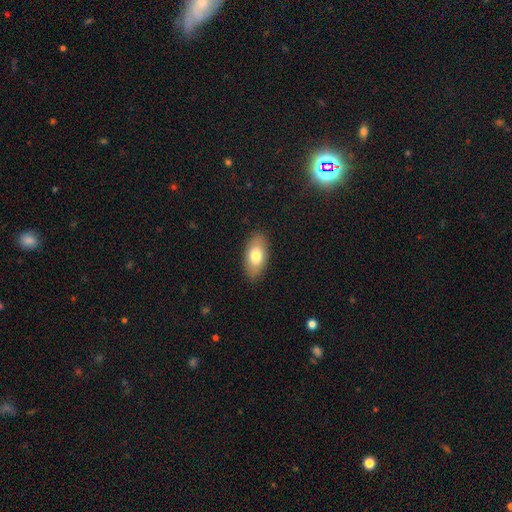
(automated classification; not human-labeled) Smooth or featured?
  - smooth: 76% *
  - featured or disk: 18%
  - star or artifact: 7%
How rounded?
  - in between: 92% *
  - cigar-shaped: 5%
  - round: 4%
Merging?
  - none: 87% *
  - minor disturbance: 9%
  - major disturbance: 2%
  - merger: 1%